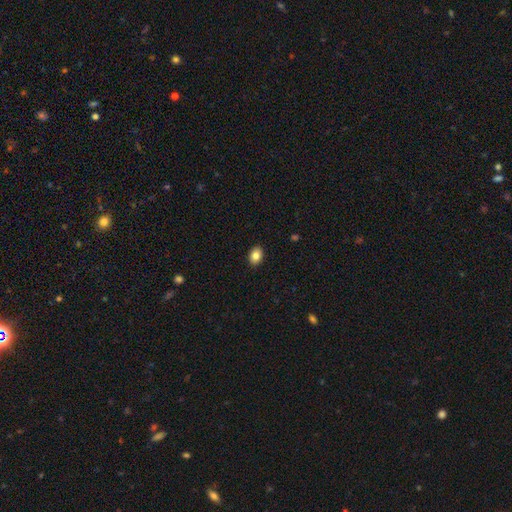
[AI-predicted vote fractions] A smooth galaxy with no disk features (85%) that is in between round and cigar-shaped (76%).

Vote fractions:
- Smooth or featured? smooth: 85% / star or artifact: 9% / featured or disk: 7%
- How rounded? in between: 76% / round: 23% / cigar-shaped: 1%
- Merging? none: 90% / minor disturbance: 7% / major disturbance: 2% / merger: 1%